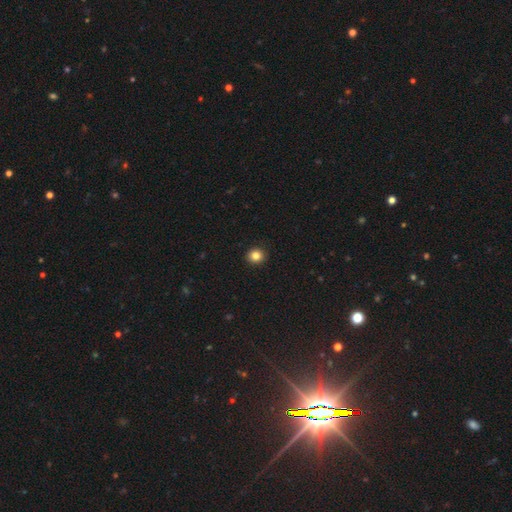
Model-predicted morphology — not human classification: Smooth or featured? smooth (84%)
How rounded? round (85%)
Merging? none (93%)